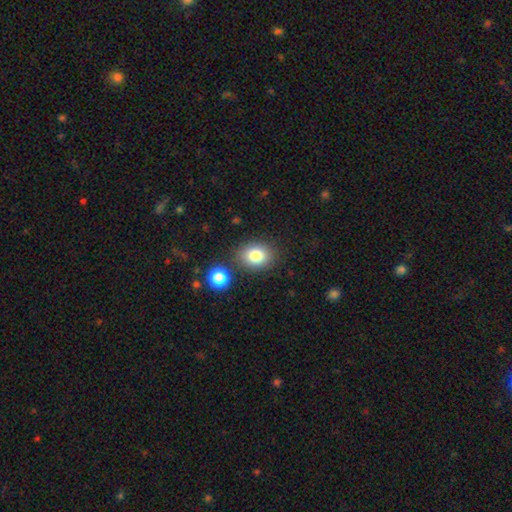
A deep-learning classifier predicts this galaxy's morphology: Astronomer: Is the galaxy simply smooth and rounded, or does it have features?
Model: smooth — 82%.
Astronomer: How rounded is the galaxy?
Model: in between — 51% (runner-up: round, 48%).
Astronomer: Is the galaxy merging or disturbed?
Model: none — 77%.